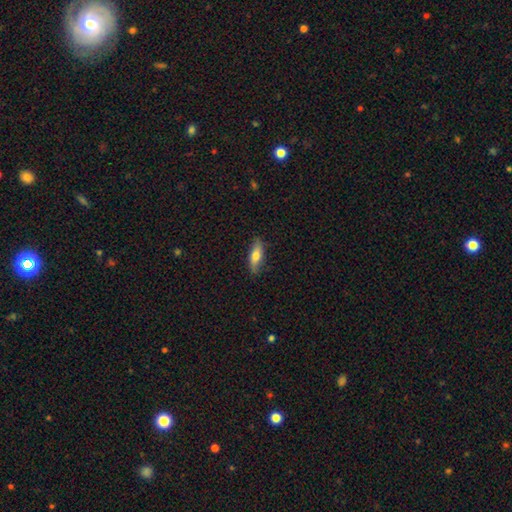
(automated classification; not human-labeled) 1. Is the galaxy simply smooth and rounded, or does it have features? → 67% smooth, 27% featured or disk, 6% star or artifact.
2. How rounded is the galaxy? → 56% in between, 41% cigar-shaped, 3% round.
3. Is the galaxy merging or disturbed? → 80% none, 16% minor disturbance, 2% major disturbance, 1% merger.